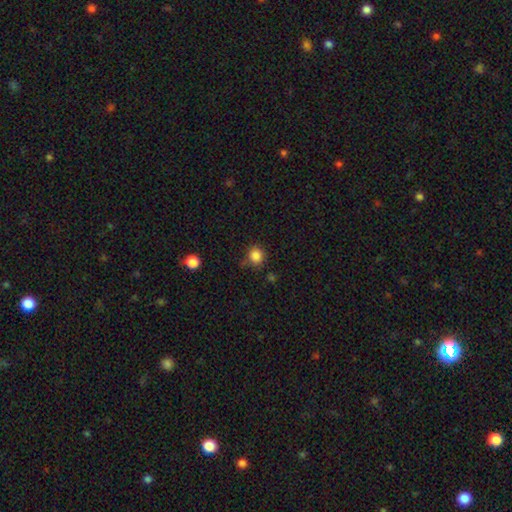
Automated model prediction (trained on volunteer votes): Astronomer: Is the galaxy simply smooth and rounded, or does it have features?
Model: smooth — 85%.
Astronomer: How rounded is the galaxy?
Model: round — 89%.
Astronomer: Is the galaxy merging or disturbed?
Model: none — 78%.